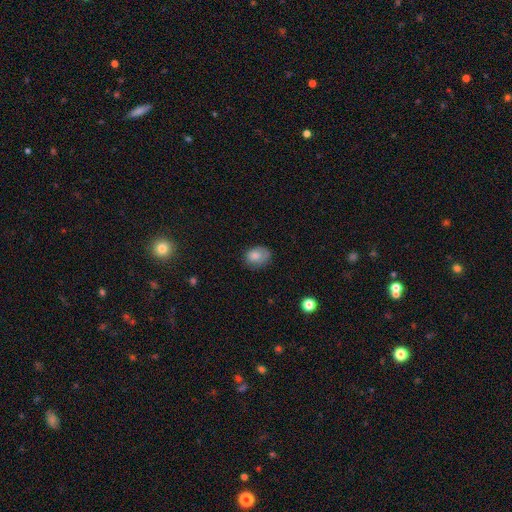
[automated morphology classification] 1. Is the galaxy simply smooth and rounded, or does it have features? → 82% smooth, 9% featured or disk, 9% star or artifact.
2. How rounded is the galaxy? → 63% in between, 36% round, 1% cigar-shaped.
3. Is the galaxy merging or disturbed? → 63% none, 27% minor disturbance, 8% major disturbance, 2% merger.